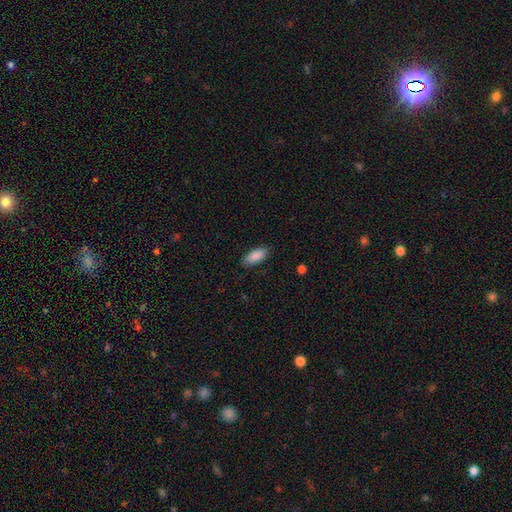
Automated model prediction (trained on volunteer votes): The model was most divided on "how rounded": in between: 85%, cigar-shaped: 13%, round: 2%. More confident: smooth or featured — smooth (89%); merging — none (86%).